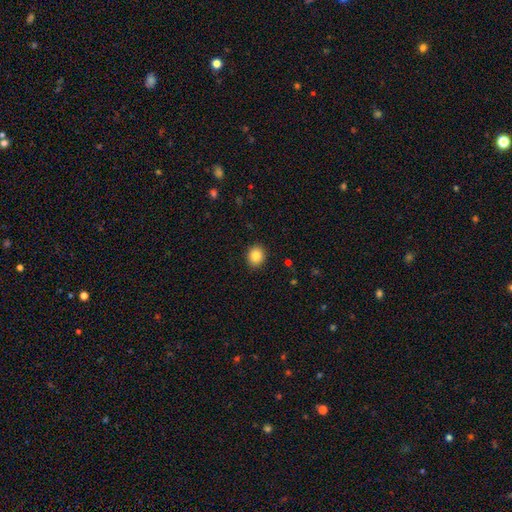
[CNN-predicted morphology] This appears to be a smooth galaxy with no disk features (85%) that is round (69%). Merging: none (89%).